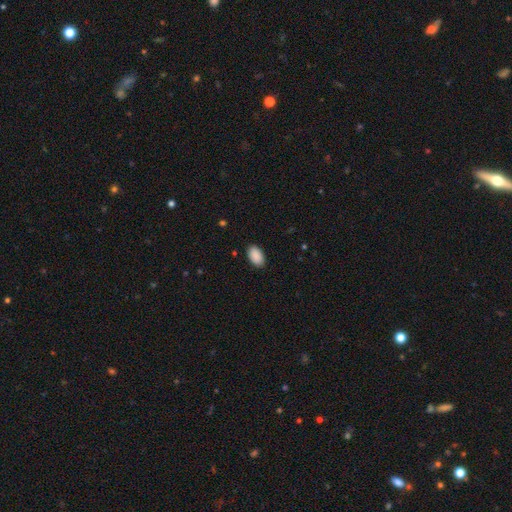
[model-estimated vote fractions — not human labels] This is clearly a smooth galaxy (91%). How rounded: clearly in between (95%). Merging: clearly none (88%).